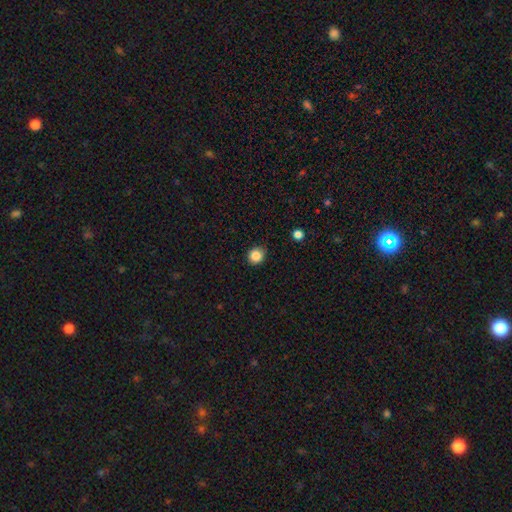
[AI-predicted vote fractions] smooth 85%, star or artifact 11%, featured or disk 4%. Down the decision tree: how rounded — round (83%); merging — none (87%).